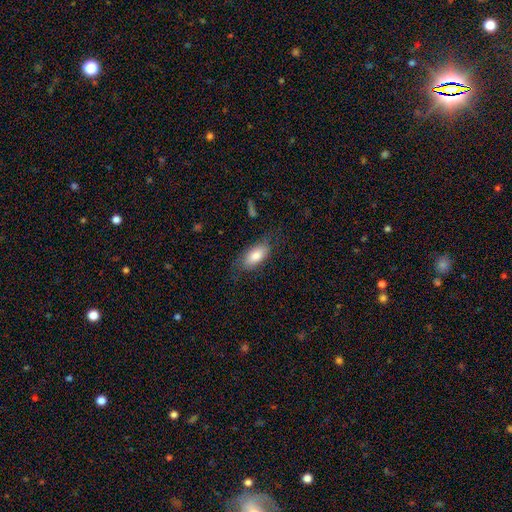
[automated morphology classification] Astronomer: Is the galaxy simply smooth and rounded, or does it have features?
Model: smooth — 76%.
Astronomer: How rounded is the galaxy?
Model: in between — 89%.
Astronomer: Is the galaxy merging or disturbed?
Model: none — 65%.